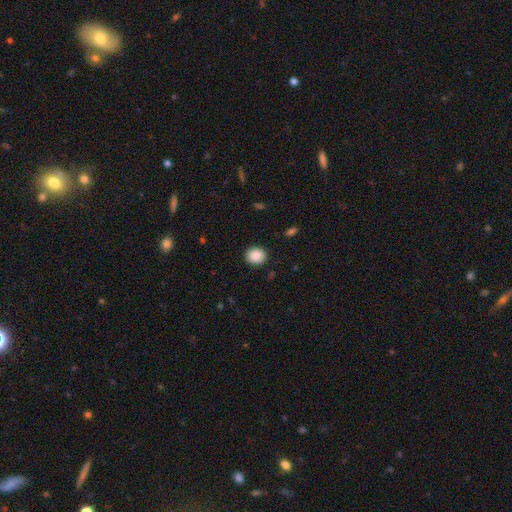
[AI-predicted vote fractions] Smooth or featured? smooth (90%)
How rounded? round (67%)
Merging? none (90%)